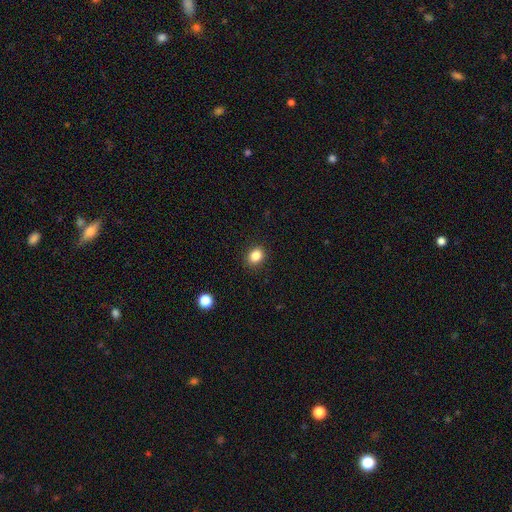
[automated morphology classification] smooth-or-featured: smooth: 86% | star or artifact: 10% | featured or disk: 4%
  how-rounded: in between: 51% | round: 48% | cigar-shaped: 1%
  merging: none: 89% | minor disturbance: 8% | major disturbance: 2% | merger: 1%